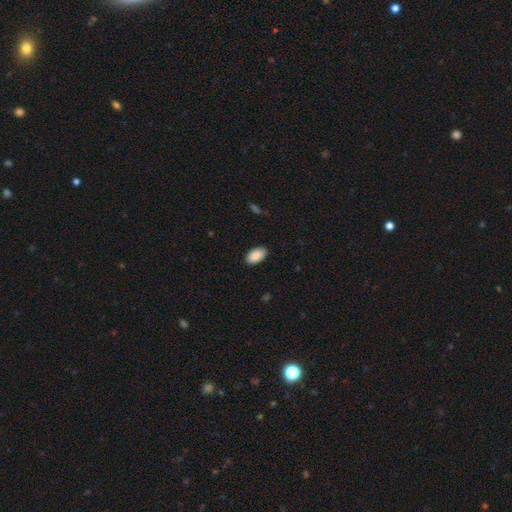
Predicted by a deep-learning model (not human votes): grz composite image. It shows a smooth galaxy with no disk features (88%) that is in between round and cigar-shaped (95%). Merging: none (88%).